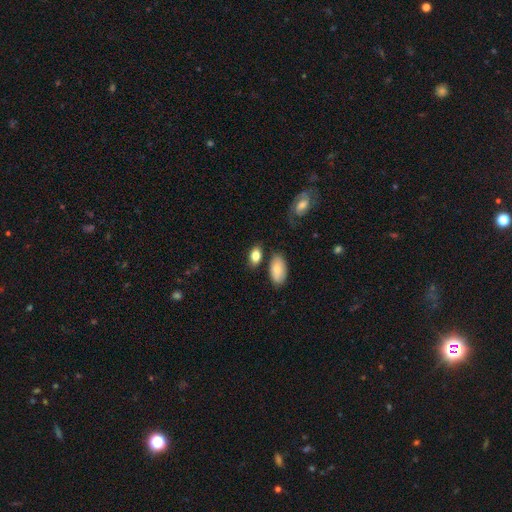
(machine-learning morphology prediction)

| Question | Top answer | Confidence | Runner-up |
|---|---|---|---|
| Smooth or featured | smooth | 81% | featured or disk (11%) |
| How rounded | in between | 87% | round (10%) |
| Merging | none | 72% | minor disturbance (14%) |